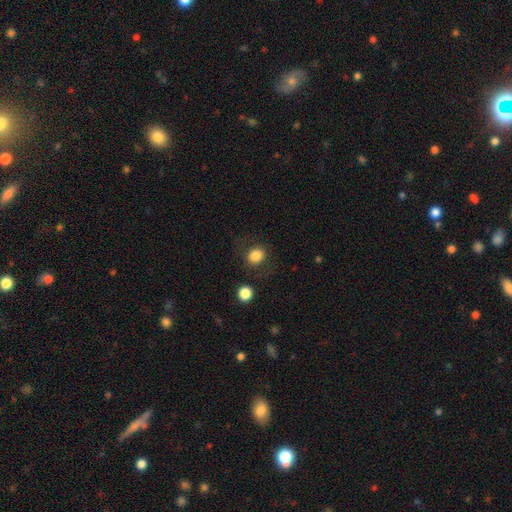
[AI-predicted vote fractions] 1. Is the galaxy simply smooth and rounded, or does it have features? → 84% smooth, 10% star or artifact, 7% featured or disk.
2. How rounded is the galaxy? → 66% round, 33% in between, 1% cigar-shaped.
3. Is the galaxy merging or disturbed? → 79% none, 12% minor disturbance, 6% major disturbance, 3% merger.